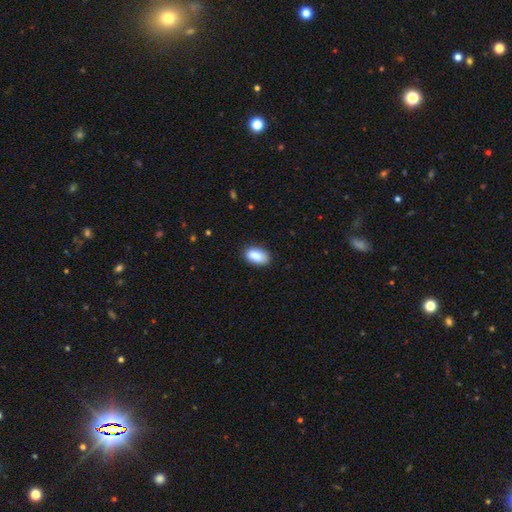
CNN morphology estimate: Smooth or featured? smooth (87%)
How rounded? in between (93%)
Merging? none (84%)